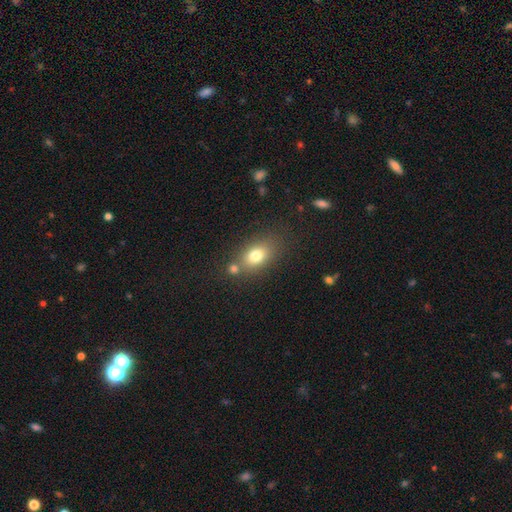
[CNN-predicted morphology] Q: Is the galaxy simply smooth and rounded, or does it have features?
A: smooth — 77%.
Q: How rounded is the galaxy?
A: in between — 75%.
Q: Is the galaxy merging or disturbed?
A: none — 62%.